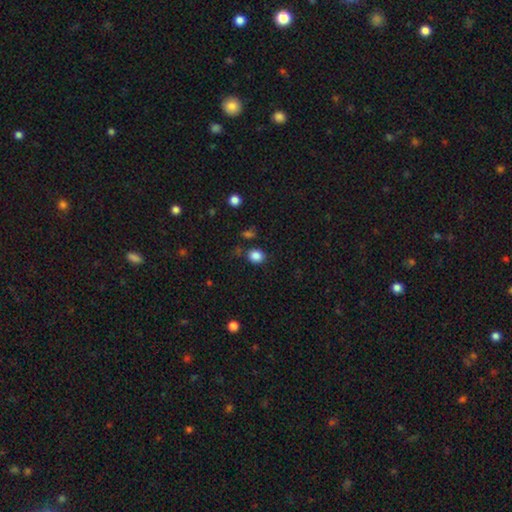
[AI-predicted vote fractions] Q: Smooth or featured?
A: smooth (86%); runner-up: star or artifact (11%)
Q: How rounded?
A: round (61%); runner-up: in between (38%)
Q: Merging?
A: none (79%); runner-up: minor disturbance (13%)